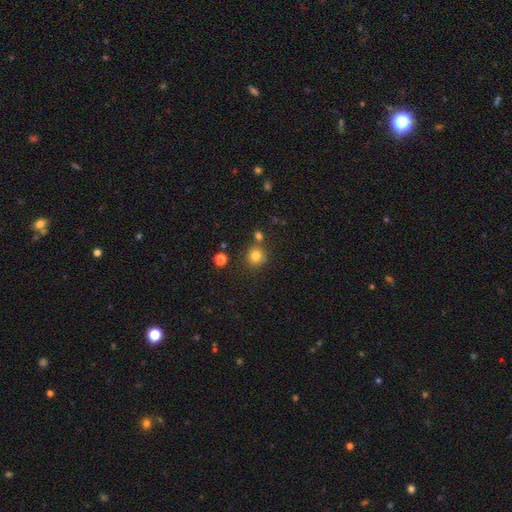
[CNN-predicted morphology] smooth 80%, star or artifact 13%, featured or disk 6%. Down the decision tree: how rounded — round (89%); merging — none (75%).